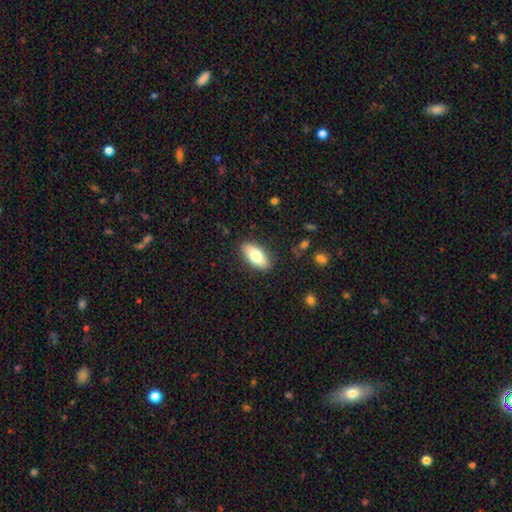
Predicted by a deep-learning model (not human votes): Morphology: type=smooth (75%); roundness=in between (88%); merging=none (87%).